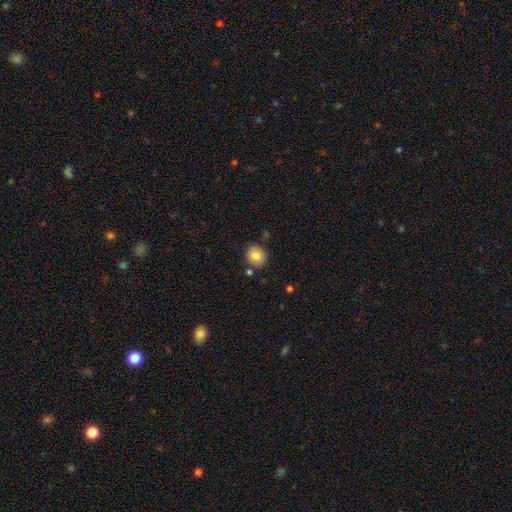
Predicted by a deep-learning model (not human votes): Q: Smooth or featured?
A: smooth (83%); runner-up: star or artifact (9%)
Q: How rounded?
A: round (81%); runner-up: in between (18%)
Q: Merging?
A: none (81%); runner-up: minor disturbance (10%)